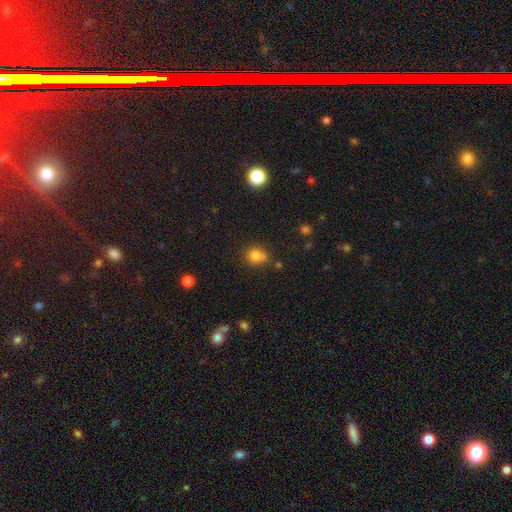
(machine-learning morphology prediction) smooth 80%, star or artifact 13%, featured or disk 7%. Down the decision tree: how rounded — round (74%); merging — none (60%).